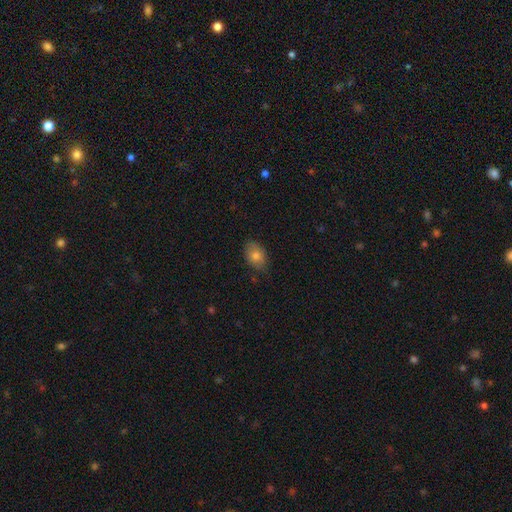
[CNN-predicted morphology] This appears to be a smooth galaxy with no disk features (78%) that is in between round and cigar-shaped (80%). Merging: none (72%).